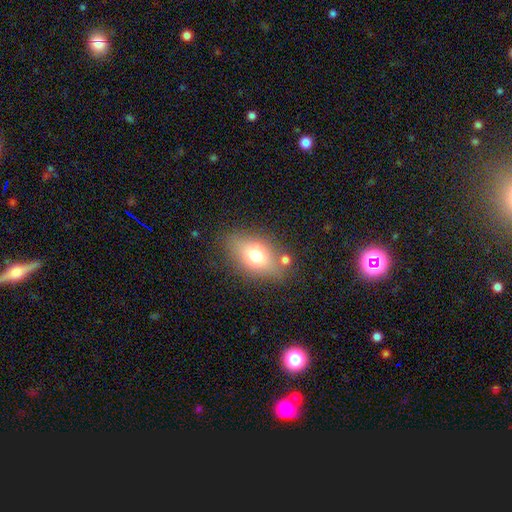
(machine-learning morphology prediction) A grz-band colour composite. It shows a smooth galaxy with no disk features (70%) that is in between round and cigar-shaped (79%). Merging: none (72%).